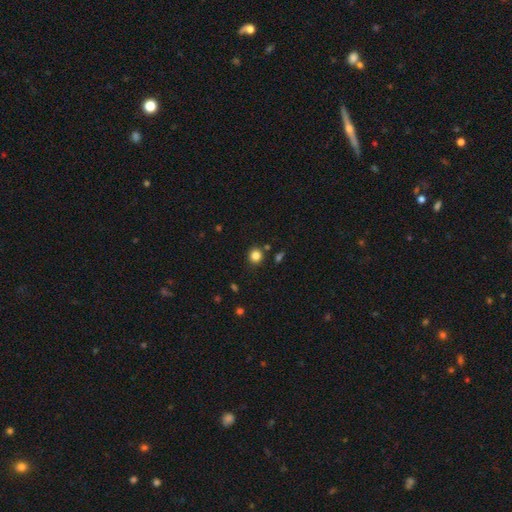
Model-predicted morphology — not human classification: A smooth galaxy with no disk features (83%) that is round (86%). Merging: none (85%).